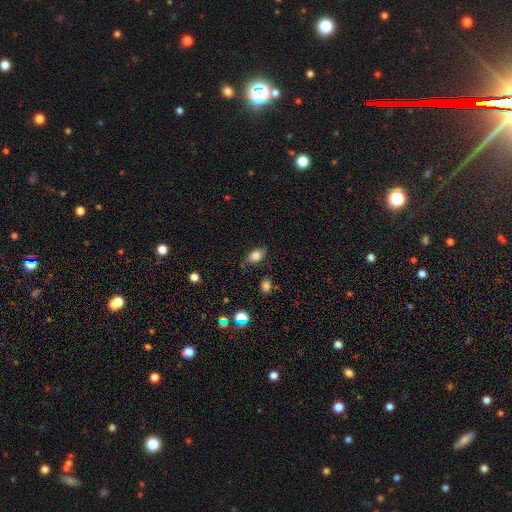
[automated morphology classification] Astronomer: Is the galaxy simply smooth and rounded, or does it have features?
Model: smooth — 79%.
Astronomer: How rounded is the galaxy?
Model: in between — 86%.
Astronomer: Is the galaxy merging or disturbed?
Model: none — 70%.